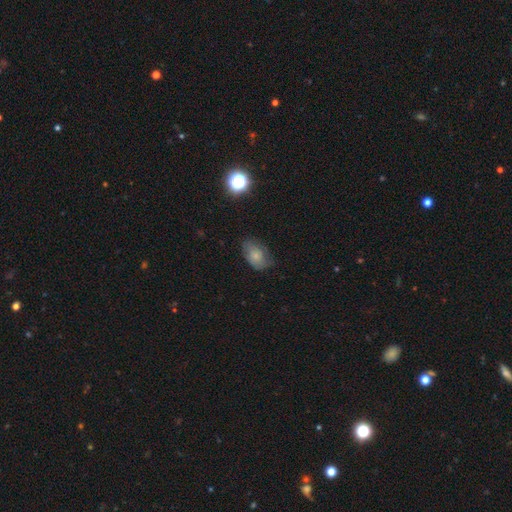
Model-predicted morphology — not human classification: The model was most divided on "merging": none: 57%, minor disturbance: 30%, major disturbance: 11%, merger: 1%. More confident: how rounded — in between (82%); smooth or featured — smooth (63%).